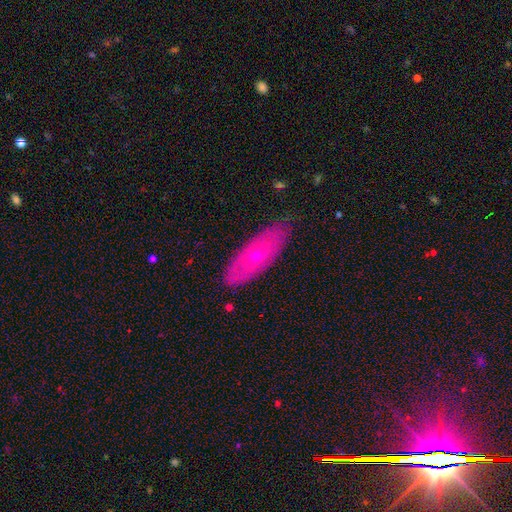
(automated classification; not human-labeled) Overall: featured or disk (50%; smooth 43%). Edge-on disk: no (71%). Merging: none (78%).